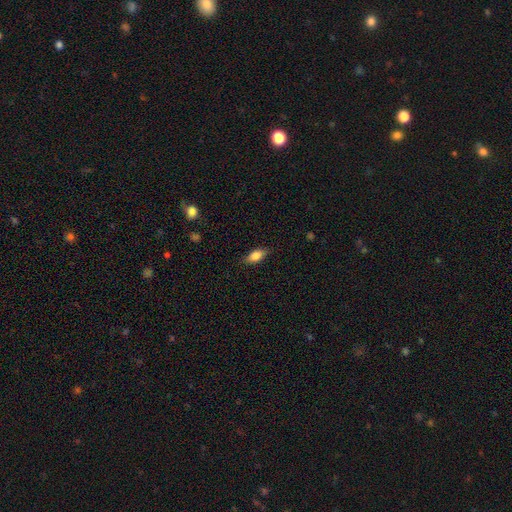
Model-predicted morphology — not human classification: Smooth or featured?
  - smooth: 79% *
  - featured or disk: 14%
  - star or artifact: 7%
How rounded?
  - in between: 83% *
  - cigar-shaped: 13%
  - round: 4%
Merging?
  - none: 84% *
  - minor disturbance: 12%
  - major disturbance: 3%
  - merger: 1%